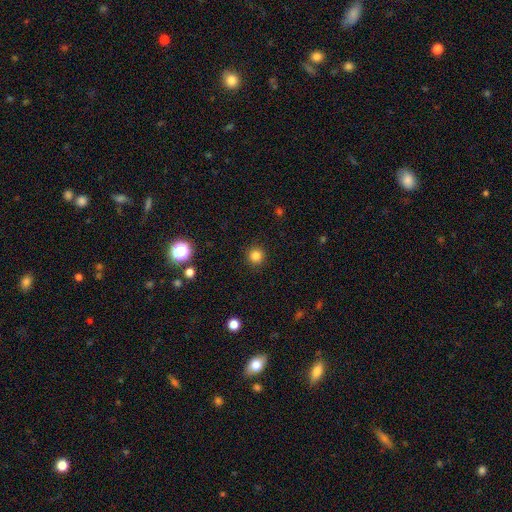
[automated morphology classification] Smooth or featured? Predicted: smooth (p=0.82). How rounded? Predicted: round (p=0.95). Merging? Predicted: none (p=0.92).